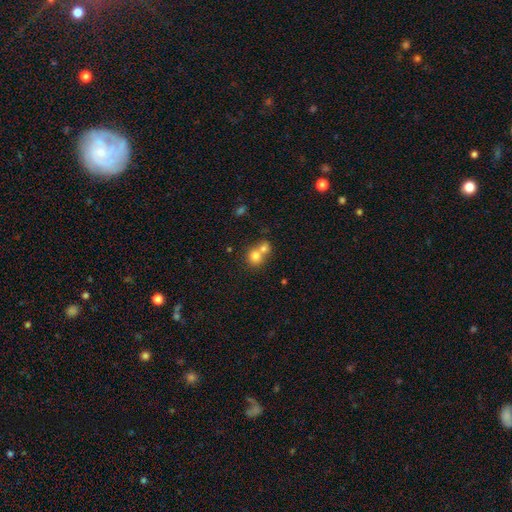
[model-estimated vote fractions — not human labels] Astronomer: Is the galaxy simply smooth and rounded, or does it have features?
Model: smooth — 76%.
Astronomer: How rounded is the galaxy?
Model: round — 80%.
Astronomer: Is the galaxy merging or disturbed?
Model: merger — 60%.